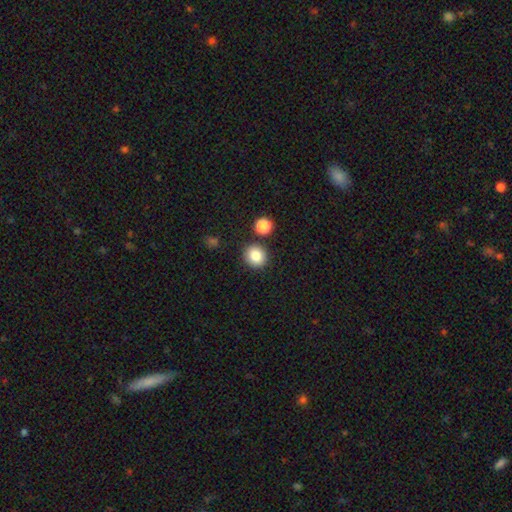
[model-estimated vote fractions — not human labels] smooth-or-featured: smooth: 83% | star or artifact: 11% | featured or disk: 6%
  how-rounded: round: 85% | in between: 14% | cigar-shaped: 1%
  merging: none: 85% | minor disturbance: 7% | merger: 6% | major disturbance: 2%